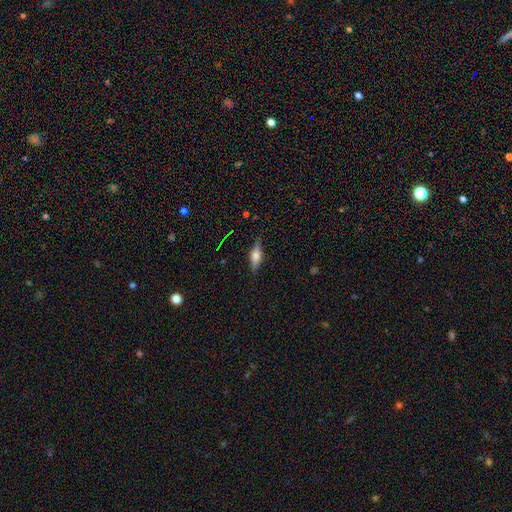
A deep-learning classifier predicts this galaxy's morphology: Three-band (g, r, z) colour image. It shows a featured or disk galaxy (55%) viewed edge-on (94%) with a rounded central bulge (87%). Merging: none (84%).